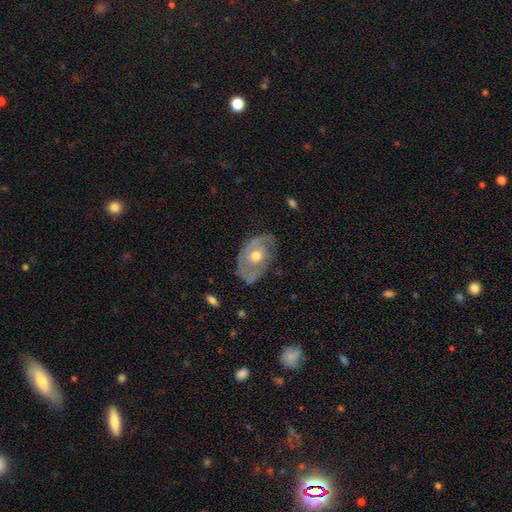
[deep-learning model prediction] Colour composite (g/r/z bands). It shows a featured or disk galaxy (77%) with no bar (79%), 2 (45%) tight (55%) spiral arms (77%) and a moderate central bulge (76%). Merging: none (66%).